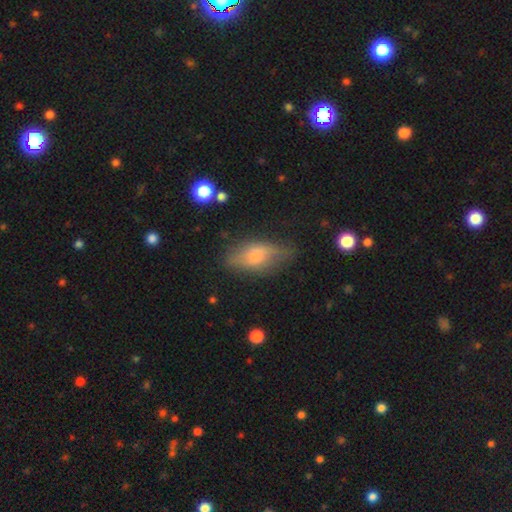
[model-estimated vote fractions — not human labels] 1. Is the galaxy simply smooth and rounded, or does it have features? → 60% smooth, 31% featured or disk, 8% star or artifact.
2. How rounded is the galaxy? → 80% in between, 16% cigar-shaped, 4% round.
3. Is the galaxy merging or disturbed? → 60% none, 27% minor disturbance, 11% major disturbance, 2% merger.